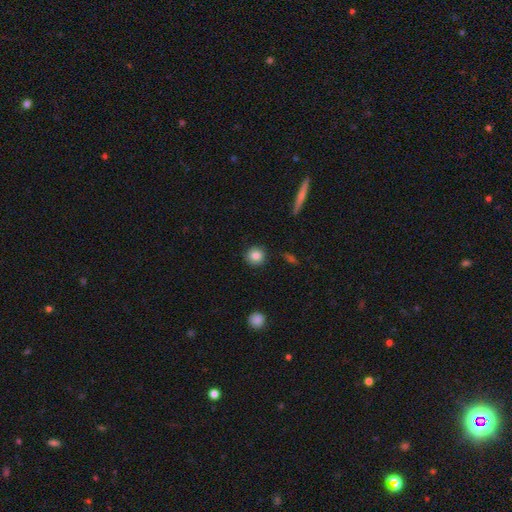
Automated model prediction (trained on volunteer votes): Smooth or featured?
  - smooth: 84% *
  - star or artifact: 9%
  - featured or disk: 7%
How rounded?
  - round: 92% *
  - in between: 7%
  - cigar-shaped: 1%
Merging?
  - none: 89% *
  - minor disturbance: 7%
  - major disturbance: 2%
  - merger: 1%